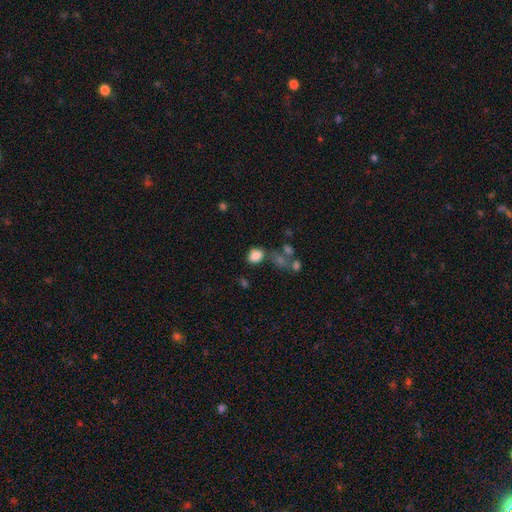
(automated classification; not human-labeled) Smooth or featured? smooth (82%)
How rounded? in between (62%)
Merging? none (56%)